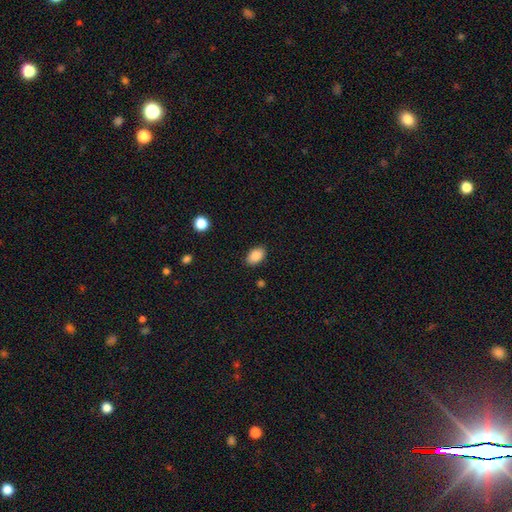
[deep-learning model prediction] Smooth or featured?
  - smooth: 88% *
  - star or artifact: 8%
  - featured or disk: 4%
How rounded?
  - in between: 89% *
  - round: 10%
  - cigar-shaped: 1%
Merging?
  - none: 87% *
  - minor disturbance: 9%
  - major disturbance: 2%
  - merger: 1%